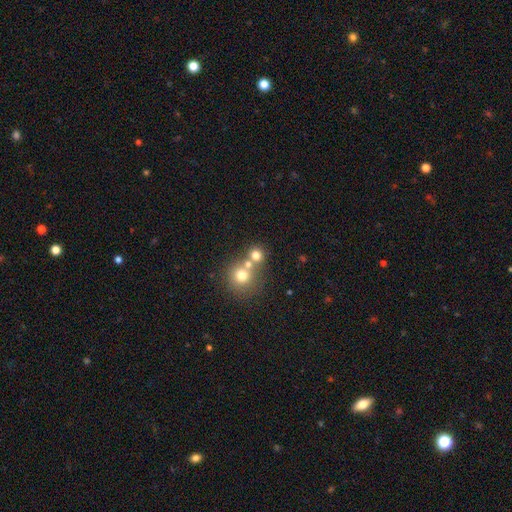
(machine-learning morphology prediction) type=smooth (72%); roundness=round (85%); merging=none (47%).